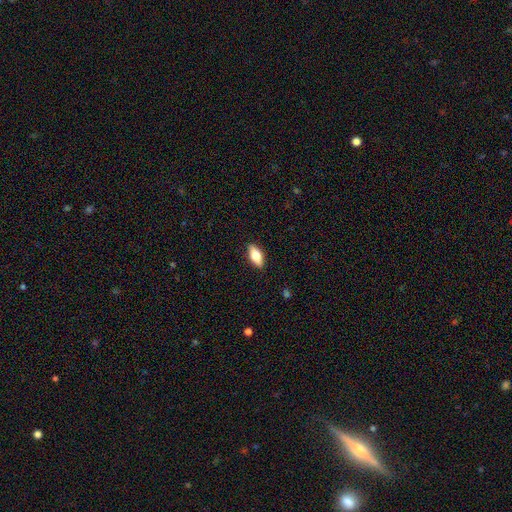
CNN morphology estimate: Smooth or featured? Predicted: smooth (p=0.62). How rounded? Predicted: in between (p=0.79). Merging? Predicted: none (p=0.89).